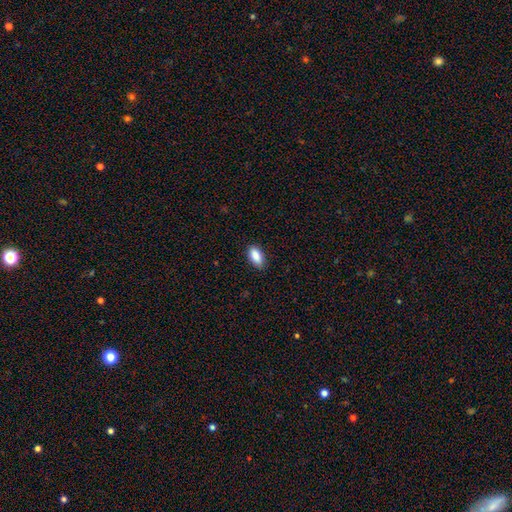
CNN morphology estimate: The model was most divided on "merging": none: 86%, minor disturbance: 11%, major disturbance: 2%, merger: 1%. More confident: how rounded — in between (91%); smooth or featured — smooth (88%).